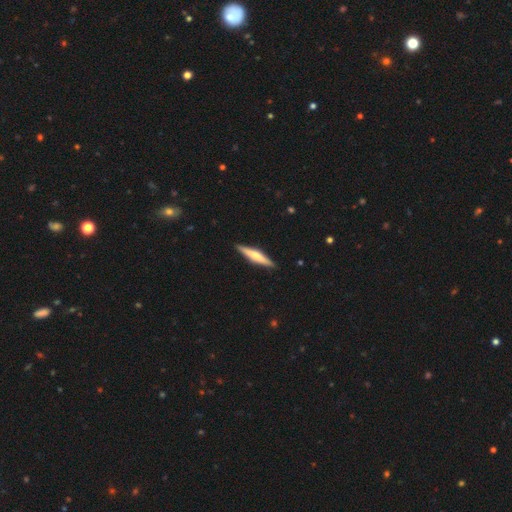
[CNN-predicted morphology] A featured or disk galaxy (52%) viewed edge-on (97%) with a rounded central bulge (70%). Merging: none (91%).